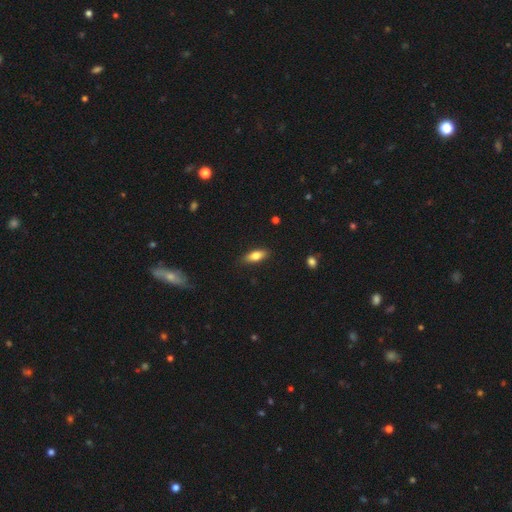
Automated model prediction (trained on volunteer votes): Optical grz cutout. It shows a smooth galaxy with no disk features (75%) that is in between round and cigar-shaped (71%). Merging: none (86%).